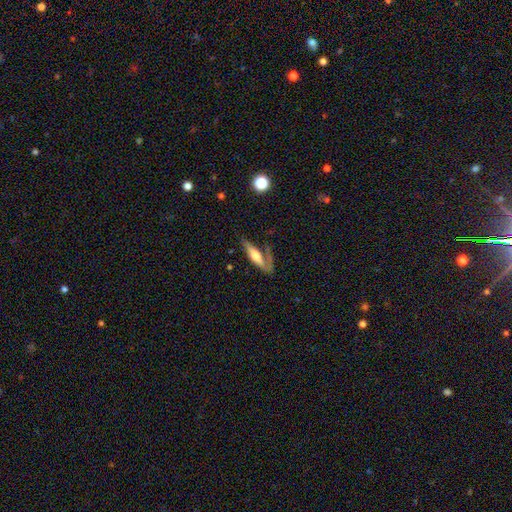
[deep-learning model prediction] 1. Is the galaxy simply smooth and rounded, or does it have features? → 48% featured or disk, 45% smooth, 6% star or artifact.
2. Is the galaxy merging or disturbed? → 44% none, 25% minor disturbance, 22% major disturbance, 9% merger.